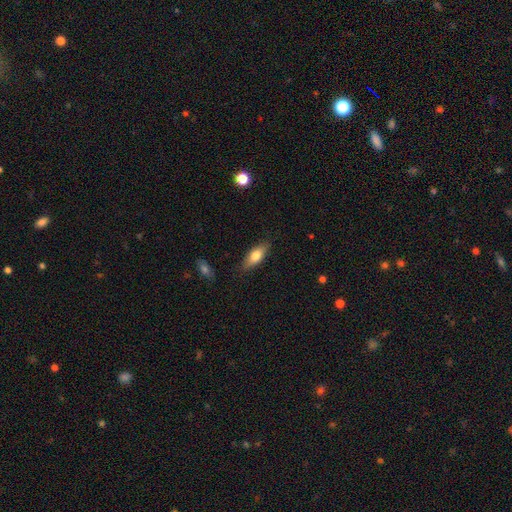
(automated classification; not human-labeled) smooth 69%, featured or disk 25%, star or artifact 6%. Down the decision tree: how rounded — in between (68%); merging — none (85%).